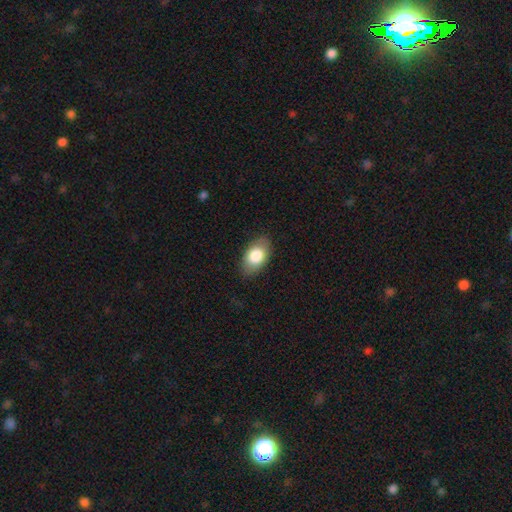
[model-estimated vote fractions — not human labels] Overall: smooth (81%). How rounded: in between (91%). Merging: none (84%).